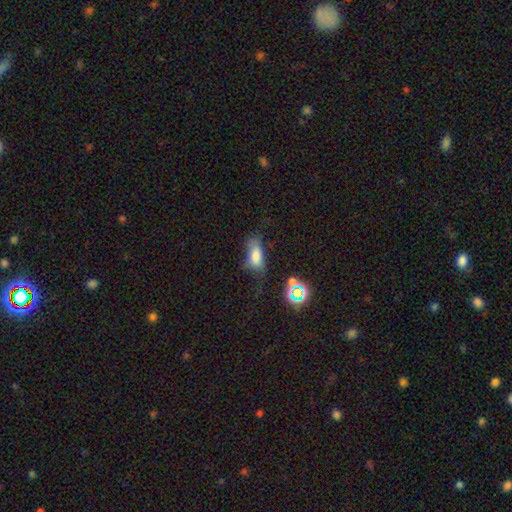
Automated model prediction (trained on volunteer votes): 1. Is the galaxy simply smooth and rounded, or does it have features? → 68% smooth, 17% featured or disk, 15% star or artifact.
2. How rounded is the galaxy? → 81% in between, 13% cigar-shaped, 7% round.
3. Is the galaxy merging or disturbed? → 37% none, 29% minor disturbance, 28% major disturbance, 6% merger.